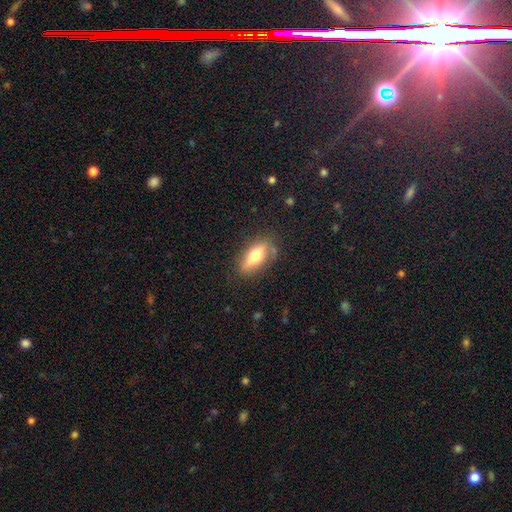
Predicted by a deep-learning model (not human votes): Smooth or featured: smooth — 60% (featured or disk — 33%)
How rounded: in between — 74% (cigar-shaped — 22%)
Merging: none — 71% (minor disturbance — 20%)